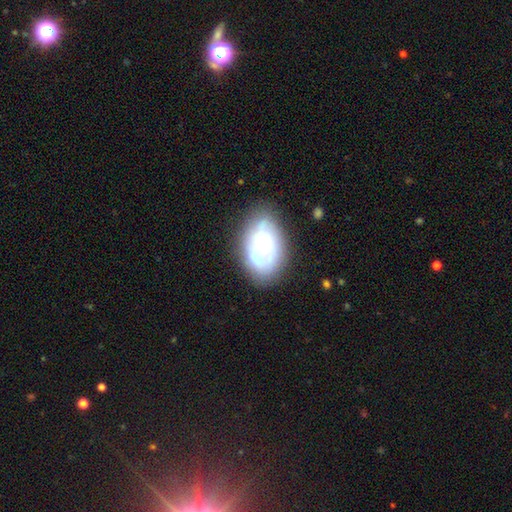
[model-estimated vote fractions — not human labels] smooth_or_featured: featured or disk (p=0.52) [alt: smooth p=0.39]
disk_edge_on: no (p=0.96) [alt: yes p=0.04]
merging: none (p=0.52) [alt: minor disturbance p=0.24]